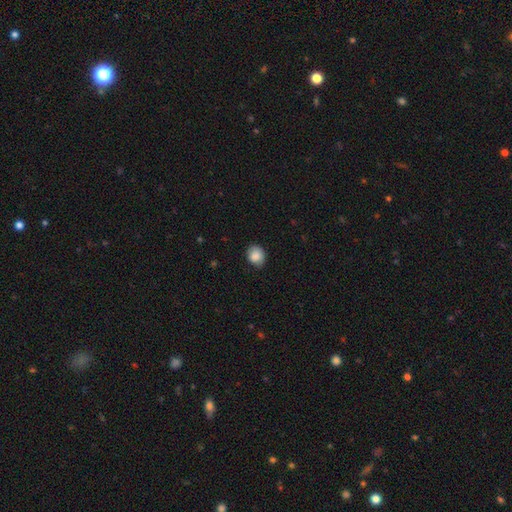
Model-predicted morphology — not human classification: Overall: smooth (87%). How rounded: round (63%; in between 36%). Merging: none (74%).